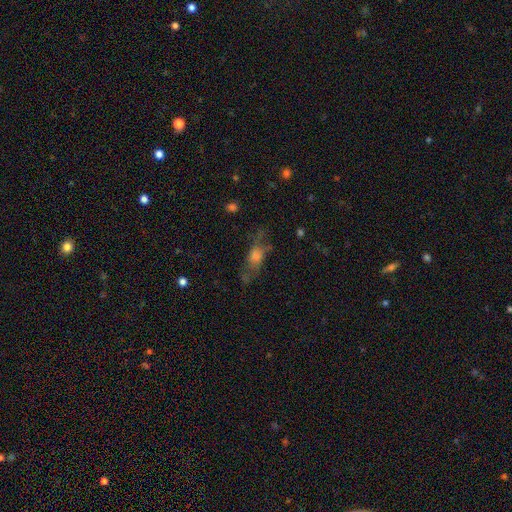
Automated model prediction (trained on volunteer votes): Q: Smooth or featured?
A: smooth (44%); runner-up: featured or disk (39%)
Q: Merging?
A: none (56%); runner-up: minor disturbance (21%)